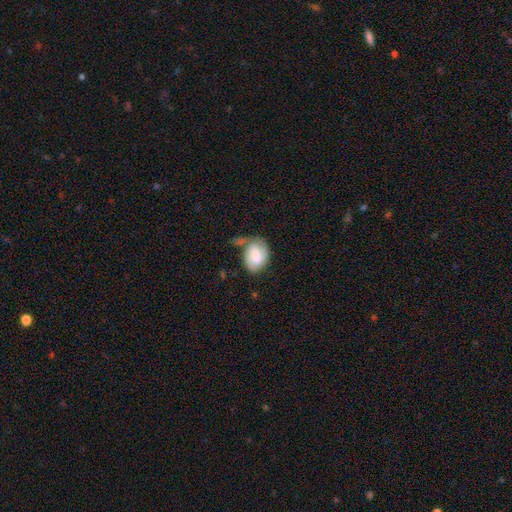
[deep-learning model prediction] Q: Smooth or featured?
A: smooth (50%); runner-up: featured or disk (43%)
Q: Merging?
A: none (39%); runner-up: minor disturbance (29%)